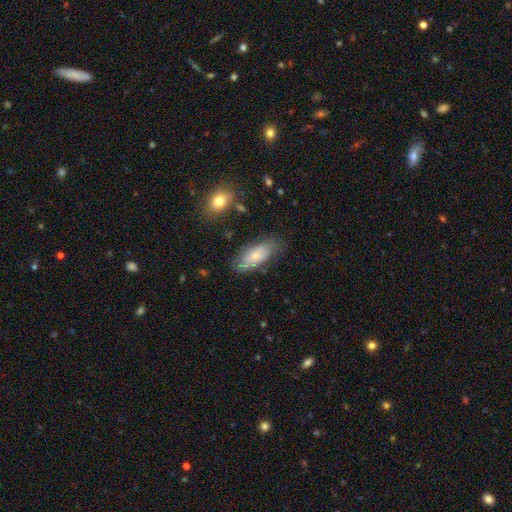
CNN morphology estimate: This is possibly a smooth galaxy (59%). How rounded: clearly in between (82%). Merging: likely none (72%).